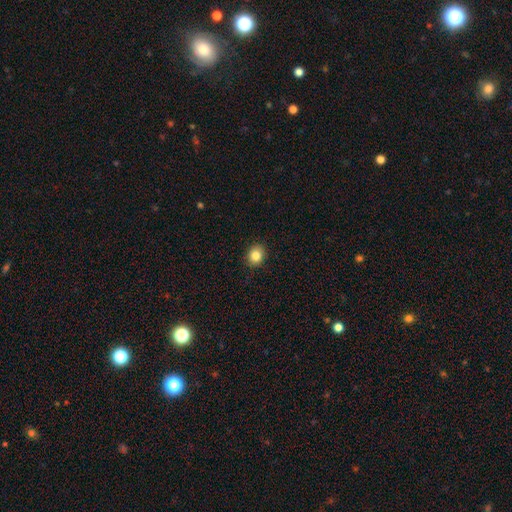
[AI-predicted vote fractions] smooth 84%, star or artifact 10%, featured or disk 7%. Down the decision tree: how rounded — round (66%); merging — none (90%).